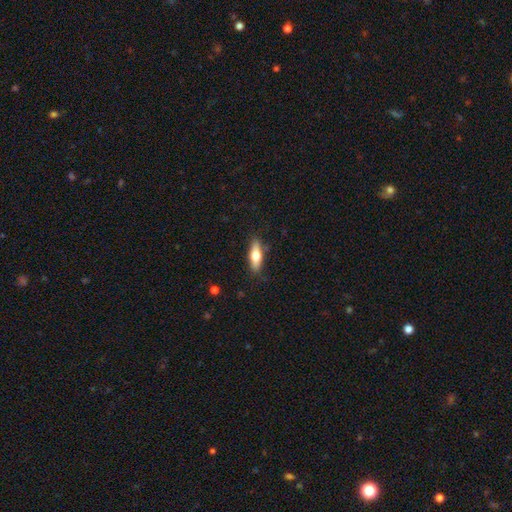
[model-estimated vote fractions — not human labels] smooth_or_featured: smooth (p=0.61) [alt: featured or disk p=0.33]
how_rounded: in between (p=0.52) [alt: cigar-shaped p=0.46]
merging: none (p=0.84) [alt: minor disturbance p=0.12]